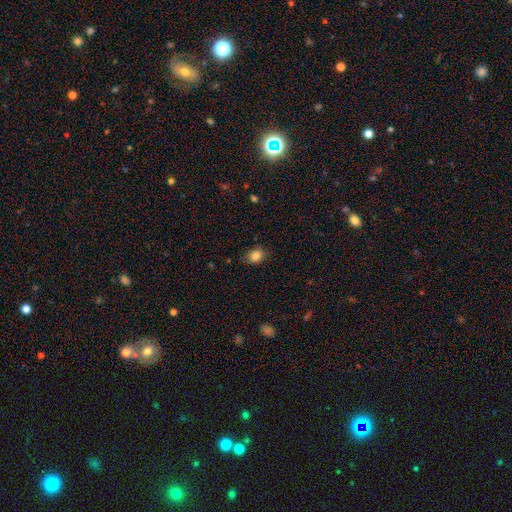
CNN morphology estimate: Smooth or featured: smooth — 85% (star or artifact — 10%)
How rounded: round — 51% (in between — 48%)
Merging: none — 77% (minor disturbance — 18%)